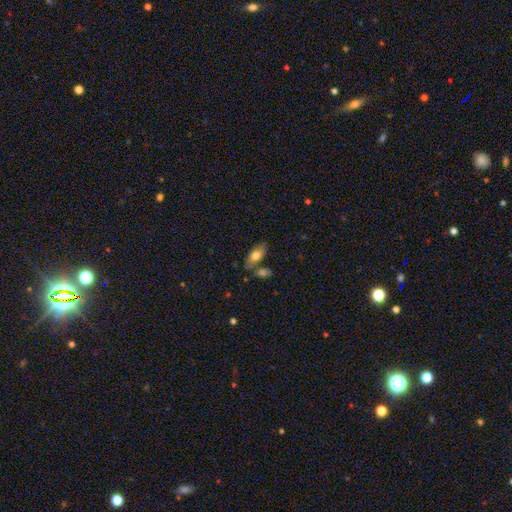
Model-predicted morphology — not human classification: A smooth galaxy with no disk features (71%) that is in between round and cigar-shaped (86%).

Vote fractions:
- Smooth or featured? smooth: 71% / featured or disk: 22% / star or artifact: 7%
- How rounded? in between: 86% / cigar-shaped: 10% / round: 4%
- Merging? none: 66% / merger: 16% / minor disturbance: 14% / major disturbance: 4%